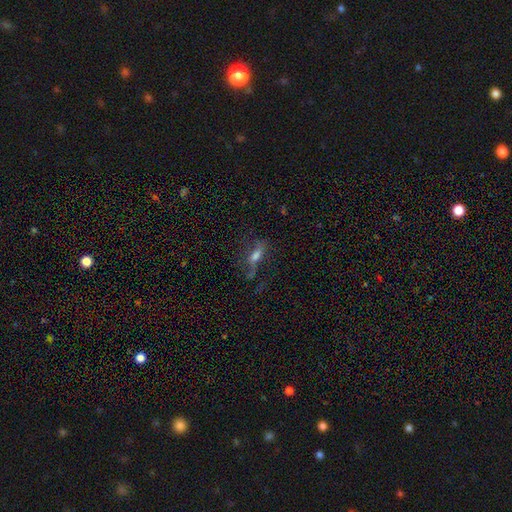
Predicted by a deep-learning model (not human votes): Q: Smooth or featured?
A: featured or disk (45%); runner-up: smooth (36%)
Q: Merging?
A: none (51%); runner-up: major disturbance (25%)